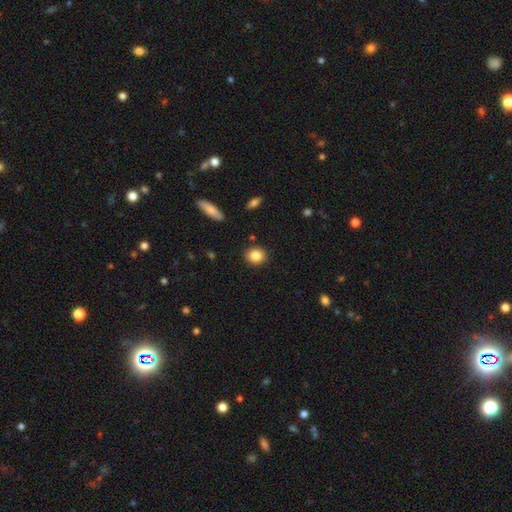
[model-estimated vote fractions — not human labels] The model was most divided on "how rounded": round: 80%, in between: 19%, cigar-shaped: 1%. More confident: merging — none (89%); smooth or featured — smooth (85%).